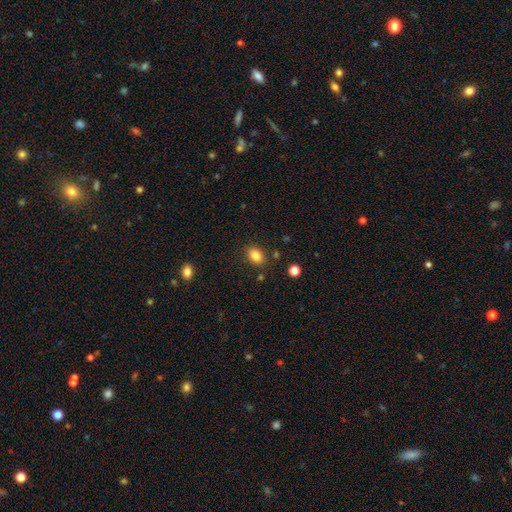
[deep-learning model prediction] Smooth or featured: smooth — 84% (star or artifact — 10%)
How rounded: in between — 75% (round — 24%)
Merging: none — 83% (minor disturbance — 11%)